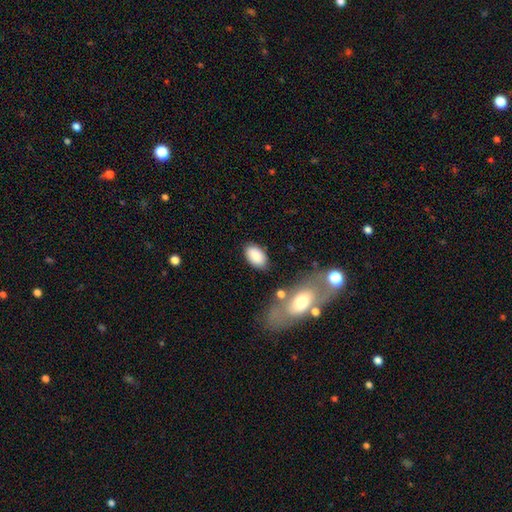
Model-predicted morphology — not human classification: This appears to be a smooth galaxy with no disk features (86%) that is in between round and cigar-shaped (93%). Merging: none (81%).